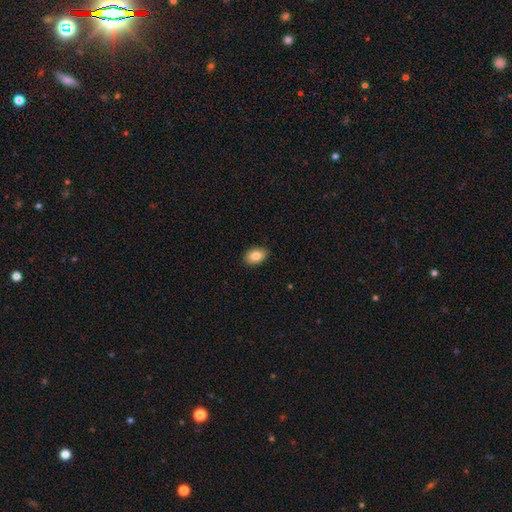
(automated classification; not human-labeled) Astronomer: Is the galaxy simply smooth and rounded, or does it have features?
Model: smooth — 85%.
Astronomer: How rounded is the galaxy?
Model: in between — 86%.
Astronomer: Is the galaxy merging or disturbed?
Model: none — 88%.